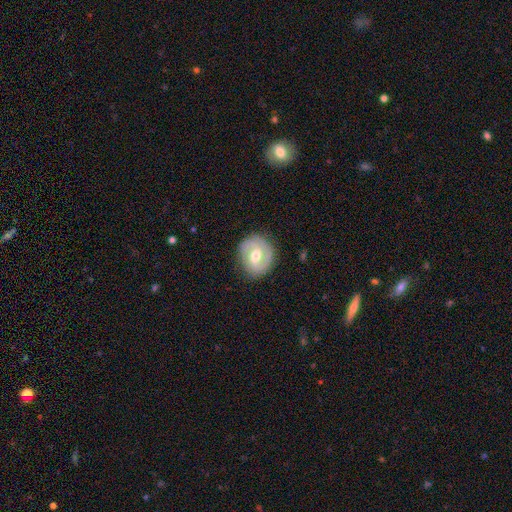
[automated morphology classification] Smooth or featured? Predicted: featured or disk (p=0.71). Edge-on disk? Predicted: no (p=0.97). Bar? Predicted: weak (p=0.53). Spiral arms? Predicted: yes (p=0.82). Spiral winding? Predicted: tight (p=0.46). Spiral arm count? Predicted: 2 (p=0.74). Bulge size? Predicted: moderate (p=0.74). Merging? Predicted: none (p=0.81).